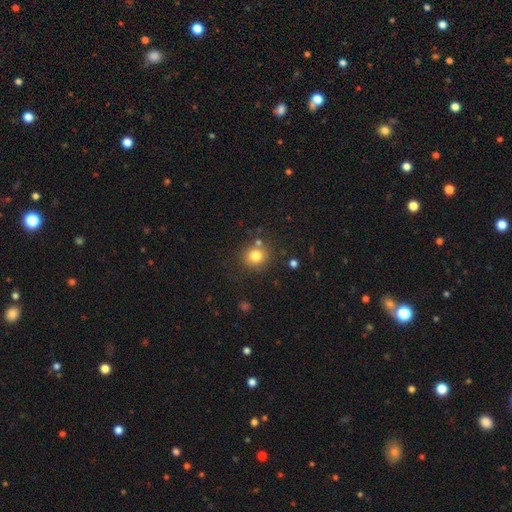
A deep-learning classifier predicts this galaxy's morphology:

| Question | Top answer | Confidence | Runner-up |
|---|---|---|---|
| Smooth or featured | smooth | 79% | star or artifact (13%) |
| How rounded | round | 87% | in between (12%) |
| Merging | none | 78% | minor disturbance (11%) |